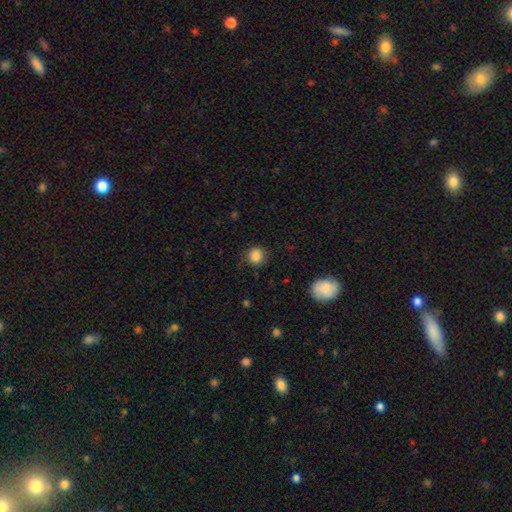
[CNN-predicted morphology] smooth 85%, star or artifact 10%, featured or disk 5%. Down the decision tree: how rounded — round (88%); merging — none (86%).